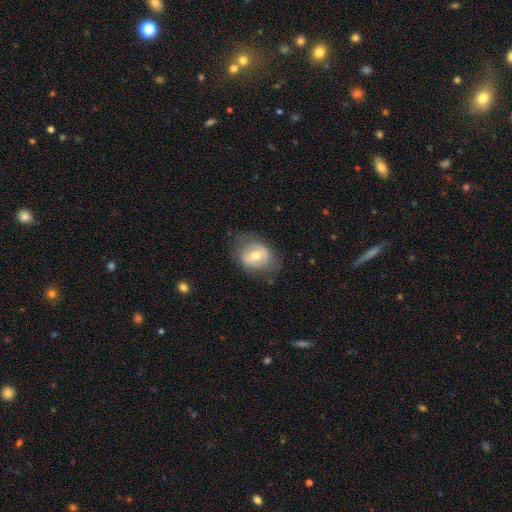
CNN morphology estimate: Q: Smooth or featured?
A: smooth (53%); runner-up: featured or disk (39%)
Q: How rounded?
A: round (50%); runner-up: in between (49%)
Q: Merging?
A: none (67%); runner-up: minor disturbance (22%)